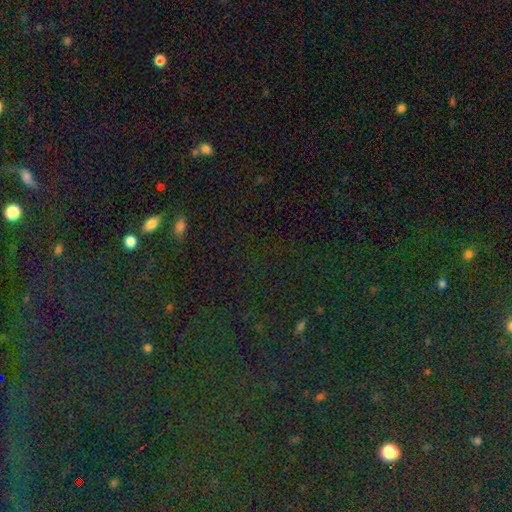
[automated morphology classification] Q: Smooth or featured?
A: star or artifact (83%); runner-up: smooth (10%)